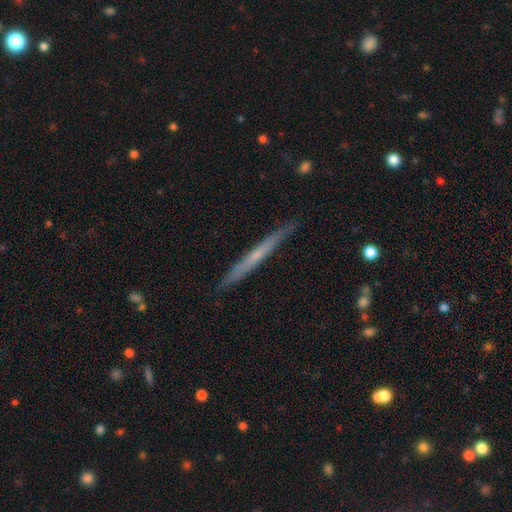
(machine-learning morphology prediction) smooth-or-featured: featured or disk: 54% | smooth: 40% | star or artifact: 6%
  disk-edge-on: yes: 97% | no: 3%
    edge-on-bulge: none: 75% | rounded: 21% | boxy: 5%
  merging: none: 89% | minor disturbance: 9% | major disturbance: 1% | merger: 1%